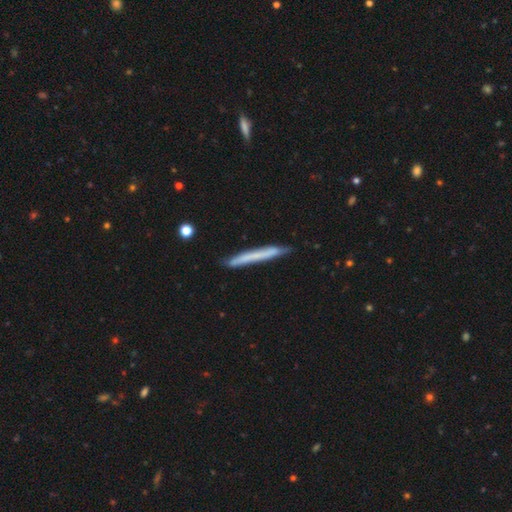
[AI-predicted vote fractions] Morphology: type=smooth (60%); roundness=cigar-shaped (97%); merging=none (86%).